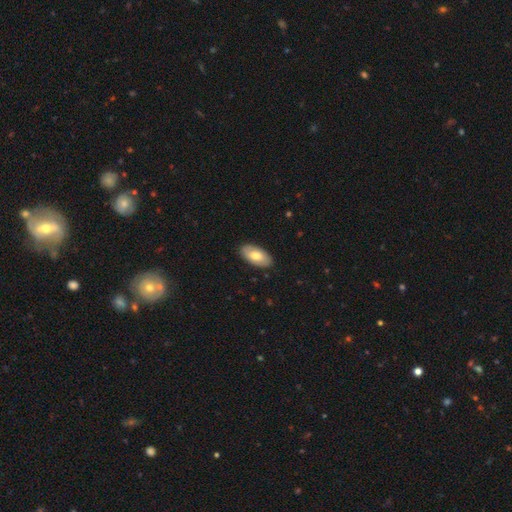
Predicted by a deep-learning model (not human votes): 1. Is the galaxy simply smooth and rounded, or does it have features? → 68% smooth, 27% featured or disk, 5% star or artifact.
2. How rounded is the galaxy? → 94% in between, 3% cigar-shaped, 3% round.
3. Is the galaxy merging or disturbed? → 87% none, 10% minor disturbance, 2% major disturbance, 1% merger.